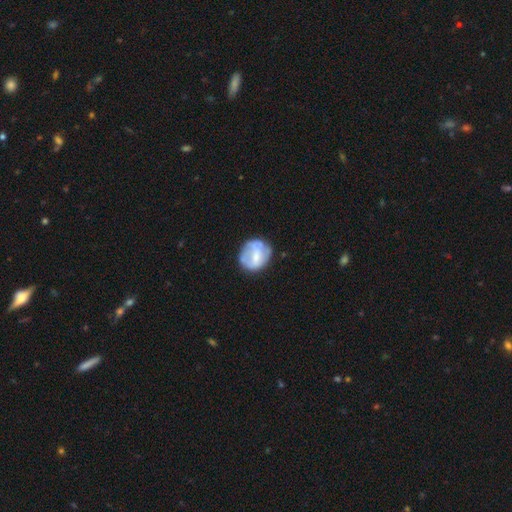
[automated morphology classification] Smooth or featured: smooth — 51% (featured or disk — 42%)
How rounded: round — 77% (in between — 22%)
Merging: none — 62% (minor disturbance — 24%)